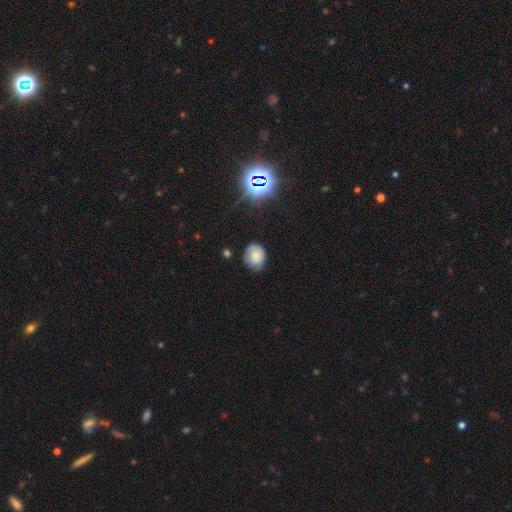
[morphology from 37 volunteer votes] Smooth or featured? smooth (84%)
How rounded? round (61%)
Merging? none (66%)